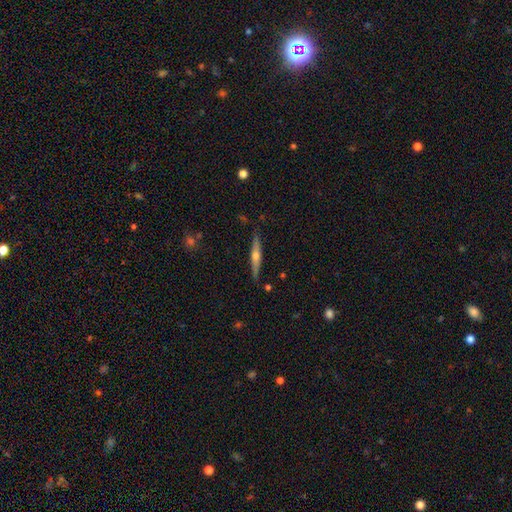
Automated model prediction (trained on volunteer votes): A featured or disk galaxy (64%) viewed edge-on (97%) with a rounded central bulge (88%). Merging: none (88%).